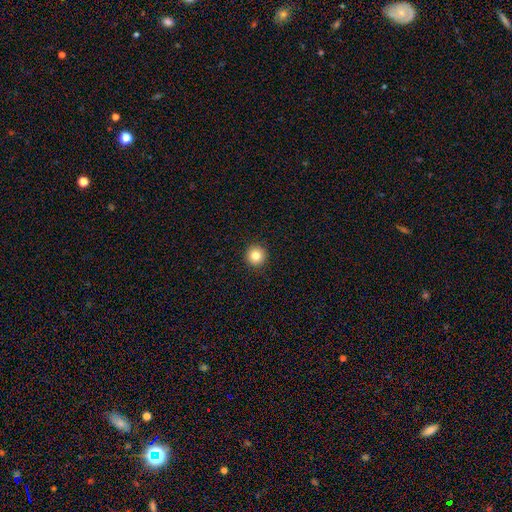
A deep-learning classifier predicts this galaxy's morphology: Q: Smooth or featured?
A: smooth (82%); runner-up: star or artifact (11%)
Q: How rounded?
A: round (96%); runner-up: in between (3%)
Q: Merging?
A: none (93%); runner-up: minor disturbance (4%)